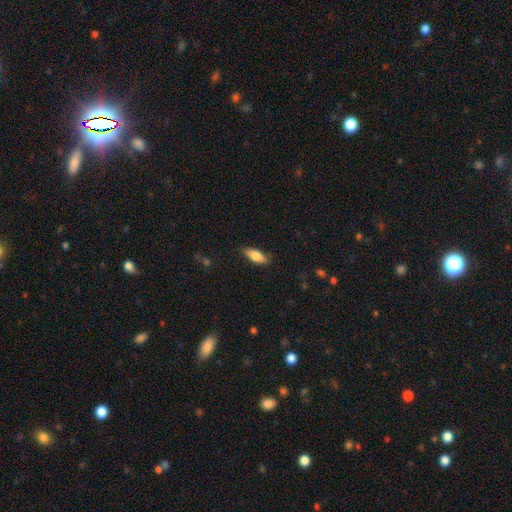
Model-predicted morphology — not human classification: Q: Smooth or featured?
A: smooth (76%); runner-up: featured or disk (18%)
Q: How rounded?
A: in between (69%); runner-up: cigar-shaped (29%)
Q: Merging?
A: none (83%); runner-up: minor disturbance (13%)